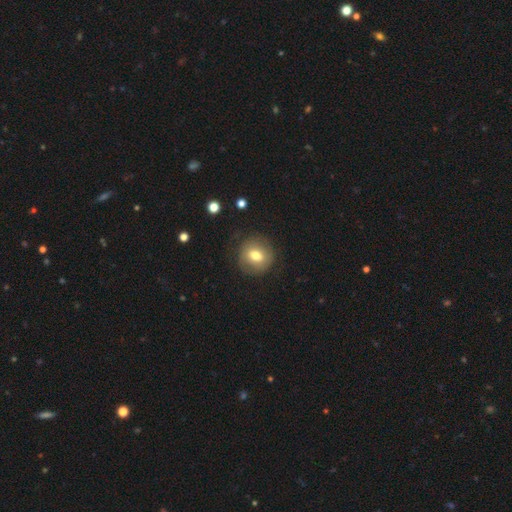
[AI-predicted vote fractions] smooth-or-featured: smooth: 68% | featured or disk: 23% | star or artifact: 9%
  how-rounded: round: 80% | in between: 19% | cigar-shaped: 1%
  merging: none: 80% | minor disturbance: 13% | major disturbance: 5% | merger: 1%